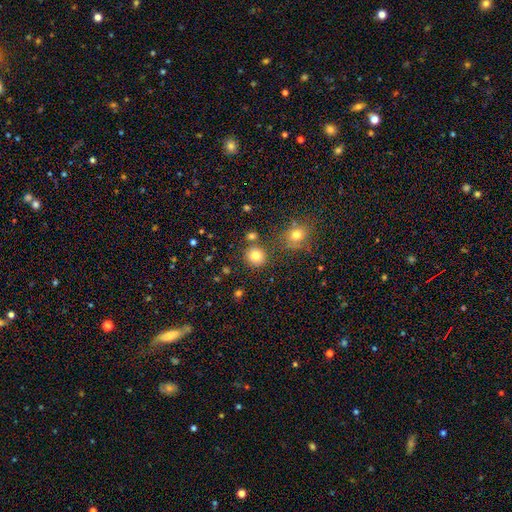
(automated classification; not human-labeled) This appears to be a smooth galaxy with no disk features (79%) that is round (89%). Merging: none (82%).